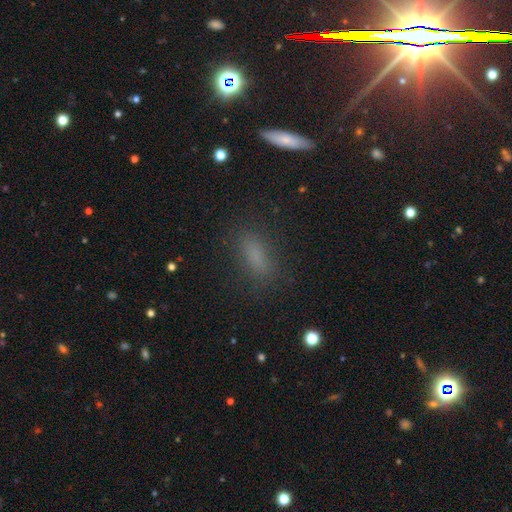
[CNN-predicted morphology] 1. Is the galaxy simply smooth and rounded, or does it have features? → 76% smooth, 15% star or artifact, 9% featured or disk.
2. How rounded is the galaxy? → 62% in between, 32% cigar-shaped, 5% round.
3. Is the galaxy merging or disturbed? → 82% none, 11% minor disturbance, 5% major disturbance, 2% merger.